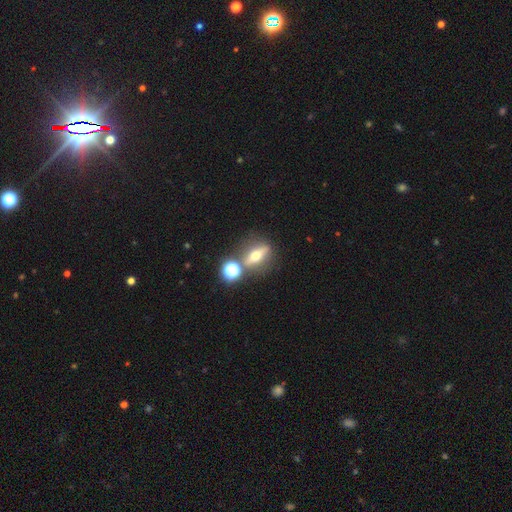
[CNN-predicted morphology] smooth_or_featured: featured or disk (p=0.57) [alt: smooth p=0.30]
disk_edge_on: yes (p=0.69) [alt: no p=0.31]
merging: none (p=0.71) [alt: merger p=0.13]